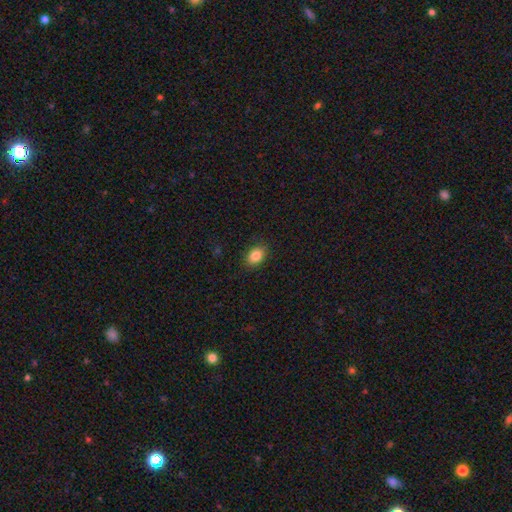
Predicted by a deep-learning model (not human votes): The model was most divided on "how rounded": in between: 81%, round: 18%, cigar-shaped: 1%. More confident: merging — none (88%); smooth or featured — smooth (84%).